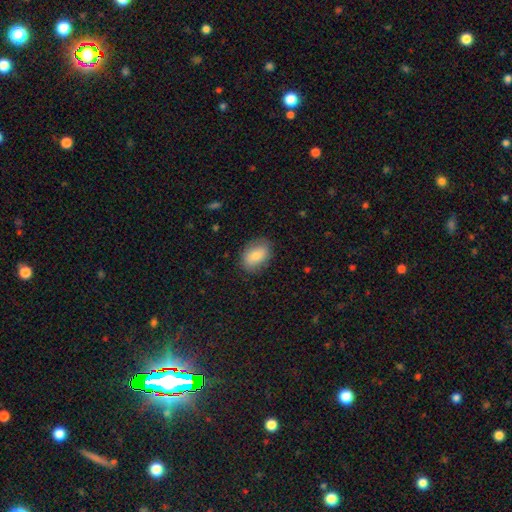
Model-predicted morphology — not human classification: smooth 78%, featured or disk 14%, star or artifact 8%. Down the decision tree: how rounded — in between (82%); merging — none (82%).